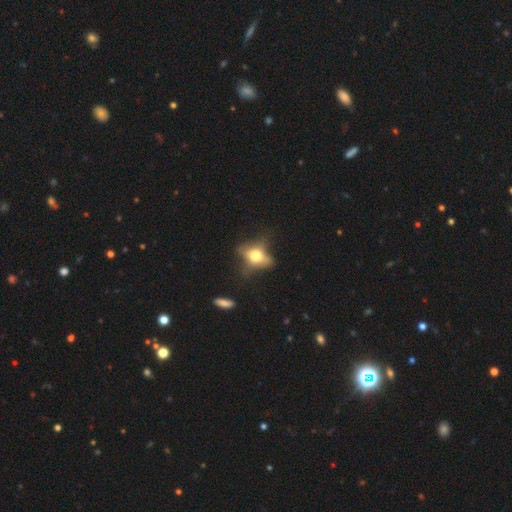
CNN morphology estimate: The model was most divided on "smooth or featured": smooth: 49%, featured or disk: 38%, star or artifact: 13%. Remaining: merging — none (47%).